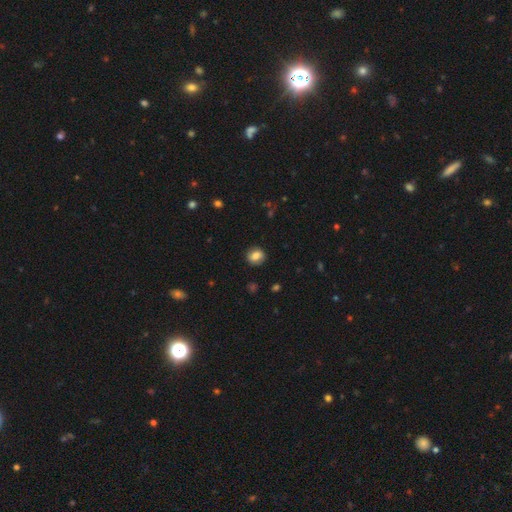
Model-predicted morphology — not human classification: smooth-or-featured: smooth: 76% | featured or disk: 15% | star or artifact: 9%
  how-rounded: round: 72% | in between: 27% | cigar-shaped: 1%
  merging: none: 86% | minor disturbance: 9% | major disturbance: 3% | merger: 1%